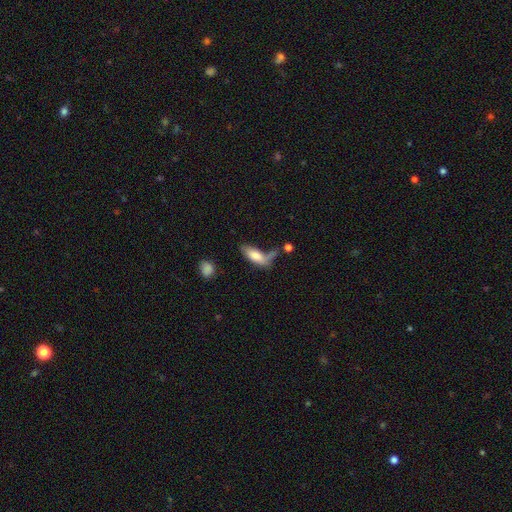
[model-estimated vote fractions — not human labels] Q: Smooth or featured?
A: smooth (71%); runner-up: featured or disk (21%)
Q: How rounded?
A: in between (74%); runner-up: cigar-shaped (24%)
Q: Merging?
A: none (31%); runner-up: major disturbance (25%)